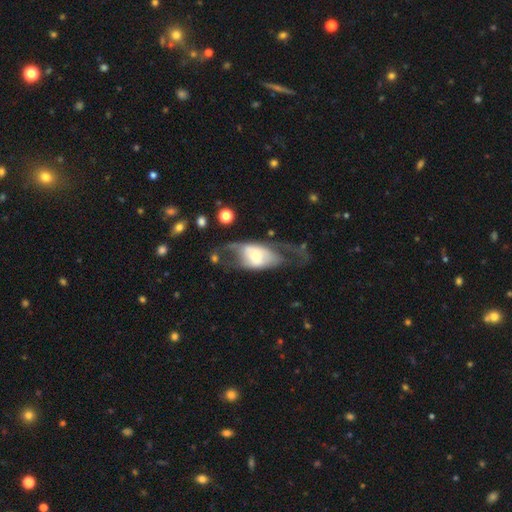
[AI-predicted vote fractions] The model was most divided on "merging": none: 38%, major disturbance: 37%, minor disturbance: 20%, merger: 5%. Remaining: edge-on disk — no (83%); smooth or featured — featured or disk (62%); bar — no (59%); spiral arms — yes (56%); bulge size — small (39%).